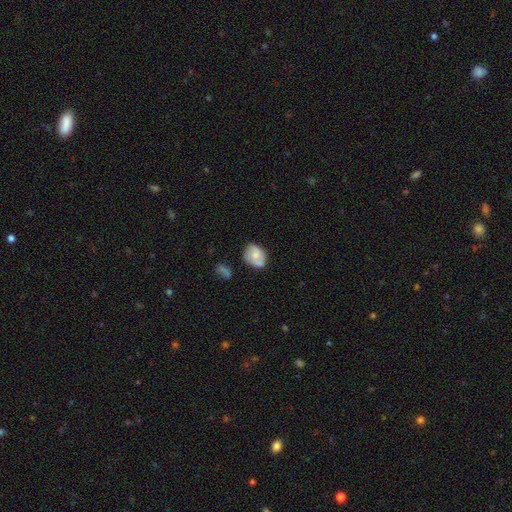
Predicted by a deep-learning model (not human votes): Q: Smooth or featured?
A: smooth (62%); runner-up: featured or disk (31%)
Q: How rounded?
A: in between (66%); runner-up: round (33%)
Q: Merging?
A: none (62%); runner-up: minor disturbance (27%)